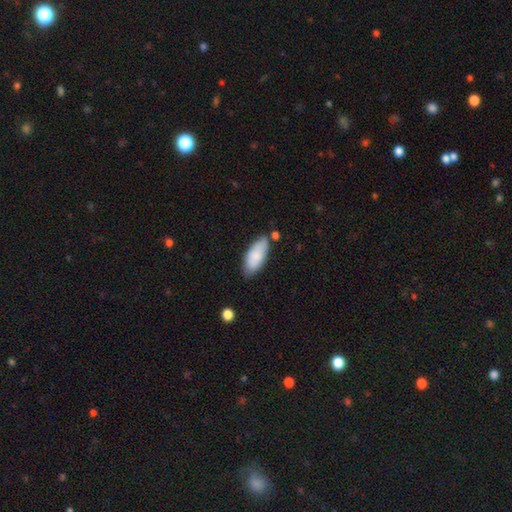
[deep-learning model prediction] The model was most divided on "merging": none: 72%, minor disturbance: 19%, merger: 6%, major disturbance: 3%. More confident: how rounded — in between (85%); smooth or featured — smooth (83%).